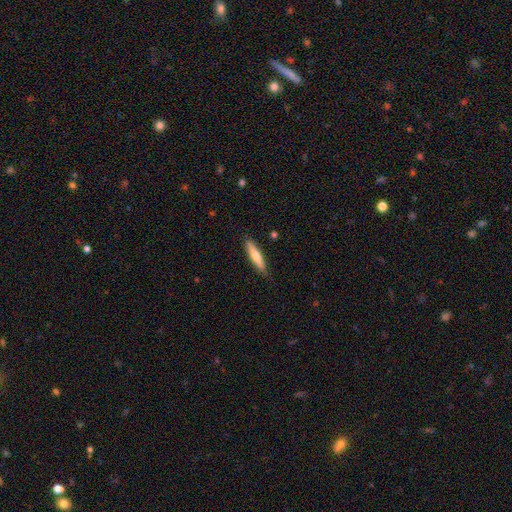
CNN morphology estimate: The model was most divided on "smooth or featured": smooth: 67%, featured or disk: 27%, star or artifact: 5%. More confident: merging — none (85%); how rounded — cigar-shaped (85%).